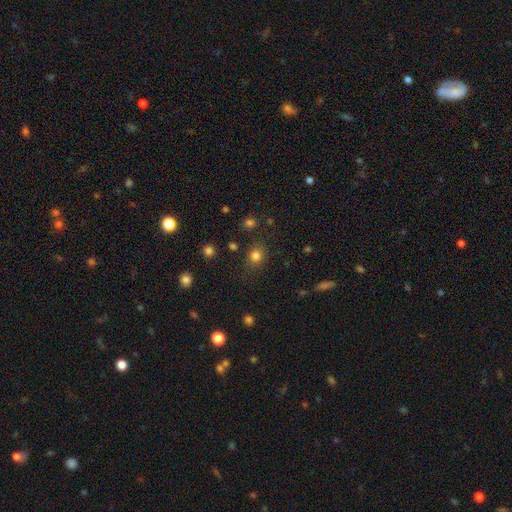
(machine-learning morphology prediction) The model was most divided on "how rounded": round: 75%, in between: 24%, cigar-shaped: 1%. More confident: smooth or featured — smooth (80%); merging — none (80%).